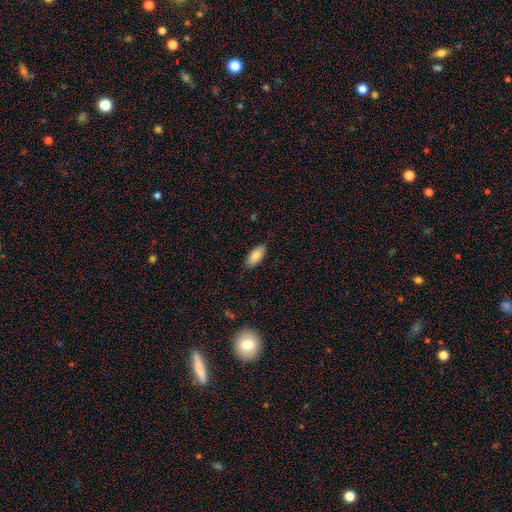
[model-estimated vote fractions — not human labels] Smooth or featured: smooth — 85% (featured or disk — 8%)
How rounded: in between — 88% (cigar-shaped — 10%)
Merging: none — 86% (minor disturbance — 11%)